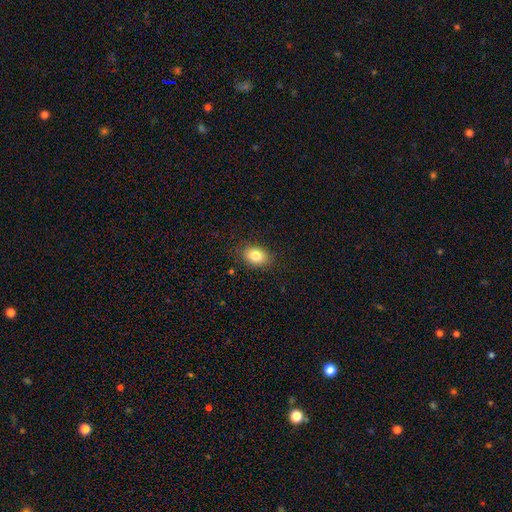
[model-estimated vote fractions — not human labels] The model was most divided on "how rounded": in between: 75%, round: 23%, cigar-shaped: 1%. More confident: merging — none (86%); smooth or featured — smooth (83%).